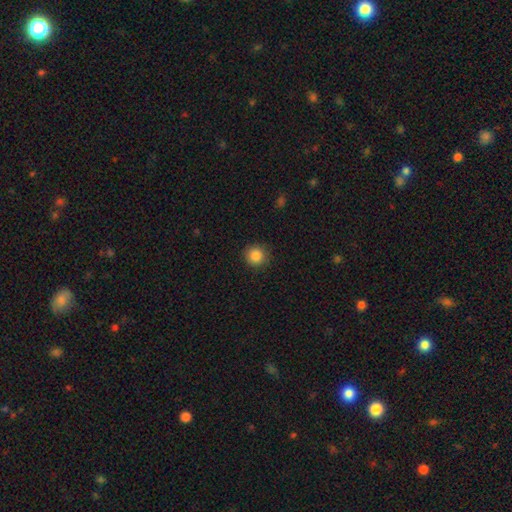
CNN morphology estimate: A smooth galaxy with no disk features (86%) that is round (94%). Merging: none (90%).